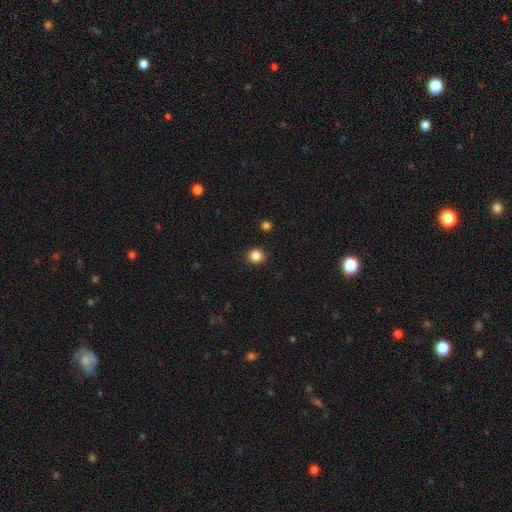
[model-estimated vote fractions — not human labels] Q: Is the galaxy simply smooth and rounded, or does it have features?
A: smooth — 85%.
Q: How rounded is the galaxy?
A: round — 90%.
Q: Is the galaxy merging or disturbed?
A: none — 90%.